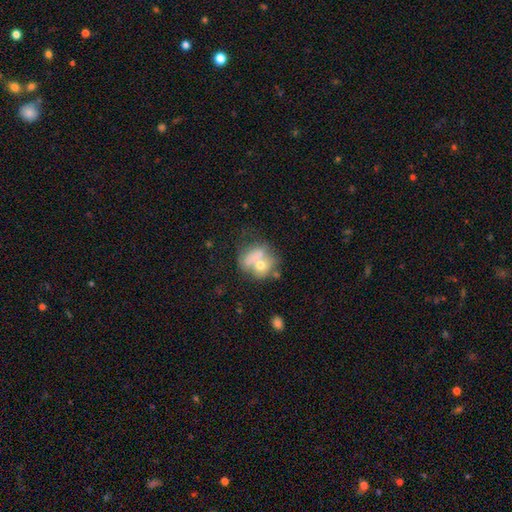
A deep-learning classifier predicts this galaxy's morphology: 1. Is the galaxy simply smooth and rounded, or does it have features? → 60% smooth, 30% featured or disk, 10% star or artifact.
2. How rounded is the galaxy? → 61% round, 37% in between, 1% cigar-shaped.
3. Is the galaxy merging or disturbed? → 45% merger, 26% none, 15% minor disturbance, 13% major disturbance.